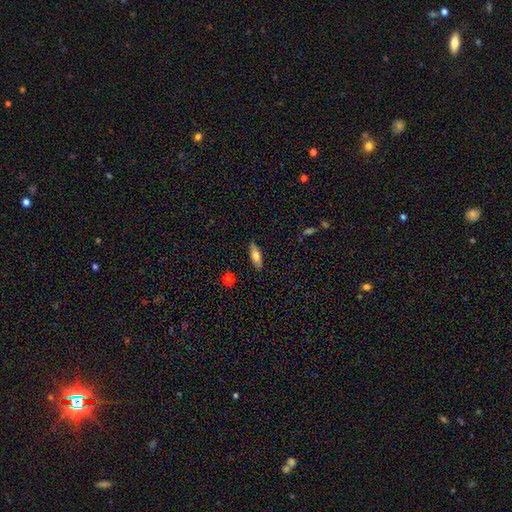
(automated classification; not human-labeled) Morphology: type=smooth (71%); roundness=in between (66%); merging=none (85%).